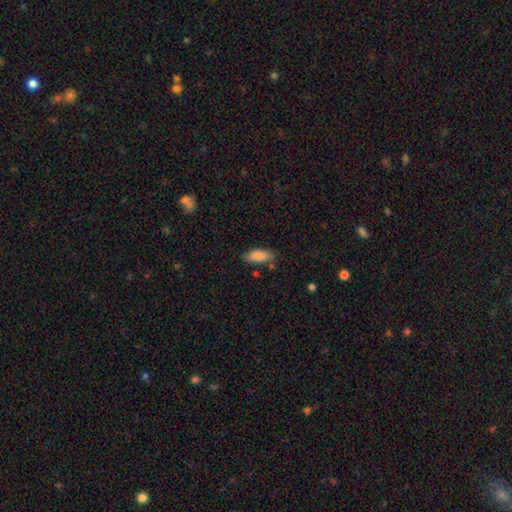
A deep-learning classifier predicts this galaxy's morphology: smooth 87%, star or artifact 7%, featured or disk 6%. Down the decision tree: how rounded — in between (79%); merging — none (75%).